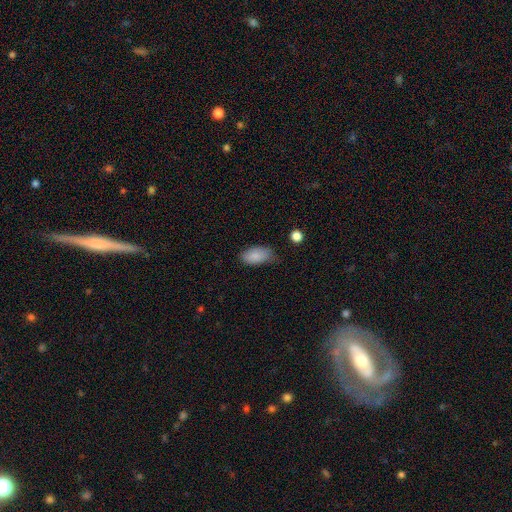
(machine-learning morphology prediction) Q: Smooth or featured?
A: smooth (87%); runner-up: star or artifact (7%)
Q: How rounded?
A: in between (93%); runner-up: round (3%)
Q: Merging?
A: none (63%); runner-up: minor disturbance (29%)